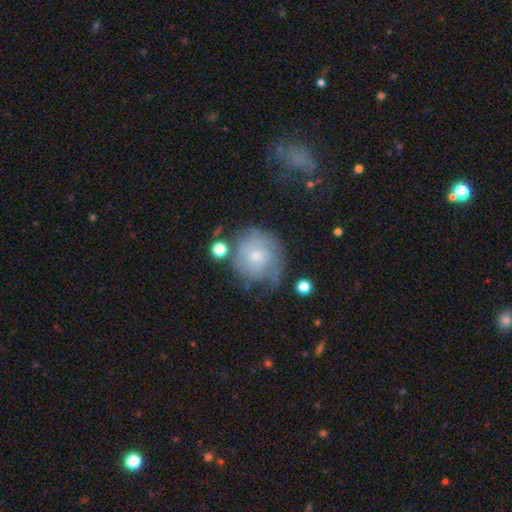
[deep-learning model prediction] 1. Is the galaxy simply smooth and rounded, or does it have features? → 56% featured or disk, 35% smooth, 9% star or artifact.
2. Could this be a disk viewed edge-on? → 97% no, 3% yes.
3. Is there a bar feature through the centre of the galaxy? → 77% no, 20% weak, 3% strong.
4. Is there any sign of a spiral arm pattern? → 79% yes, 21% no.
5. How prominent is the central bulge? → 56% small, 36% moderate, 3% none, 3% large, 1% dominant.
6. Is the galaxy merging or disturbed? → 54% none, 25% minor disturbance, 15% major disturbance, 6% merger.